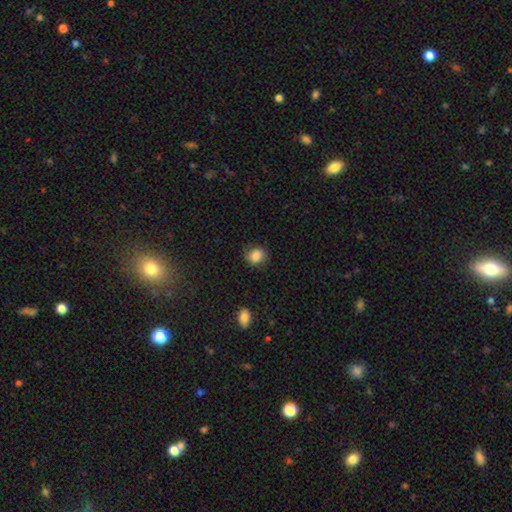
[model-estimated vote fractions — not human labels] Smooth or featured? smooth (79%)
How rounded? round (64%)
Merging? none (66%)